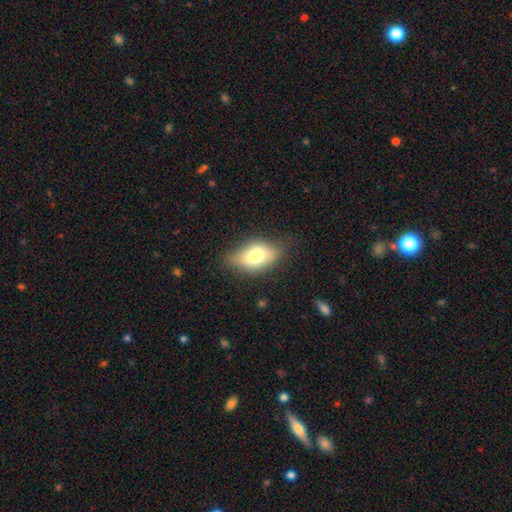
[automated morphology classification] Smooth or featured? smooth (69%)
How rounded? in between (86%)
Merging? none (57%)